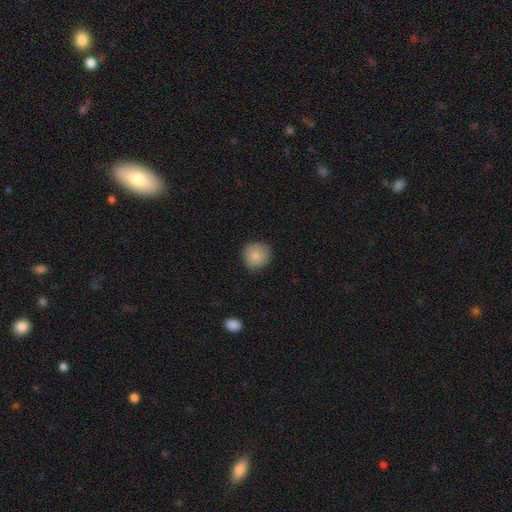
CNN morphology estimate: Smooth or featured? Predicted: smooth (p=0.86). How rounded? Predicted: round (p=0.90). Merging? Predicted: none (p=0.85).